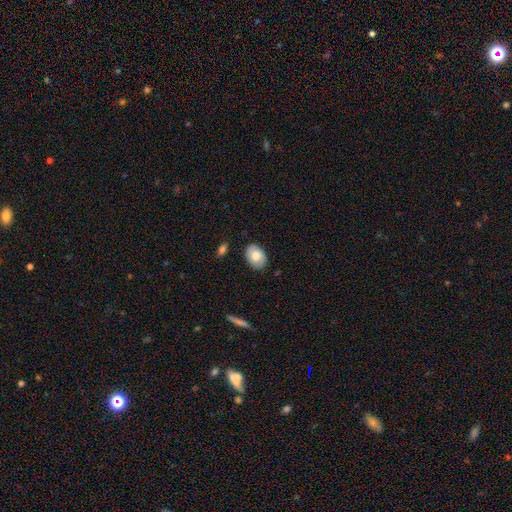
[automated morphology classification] The model was most divided on "smooth or featured": smooth: 76%, featured or disk: 18%, star or artifact: 7%. More confident: merging — none (84%); how rounded — in between (82%).